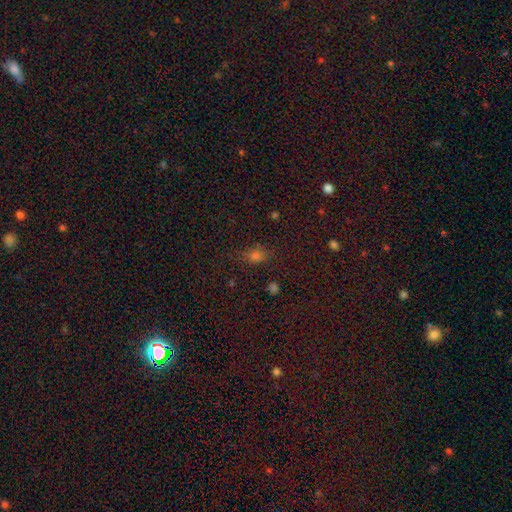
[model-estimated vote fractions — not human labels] The model was most divided on "how rounded": in between: 55%, round: 42%, cigar-shaped: 3%. More confident: merging — none (74%); smooth or featured — smooth (69%).